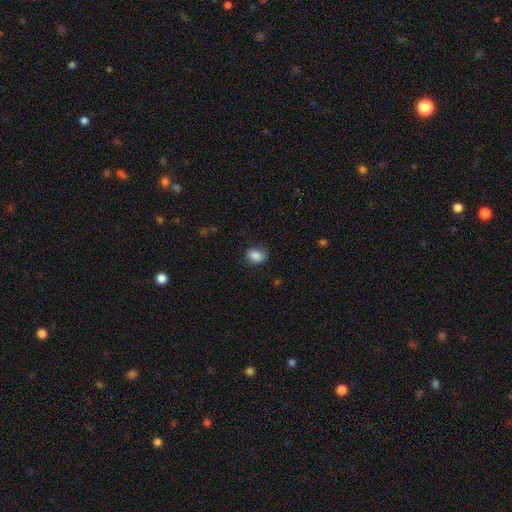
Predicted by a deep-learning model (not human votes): Smooth or featured?
  - smooth: 87% *
  - star or artifact: 9%
  - featured or disk: 4%
How rounded?
  - in between: 67% *
  - round: 32%
  - cigar-shaped: 1%
Merging?
  - none: 82% *
  - minor disturbance: 13%
  - major disturbance: 3%
  - merger: 1%